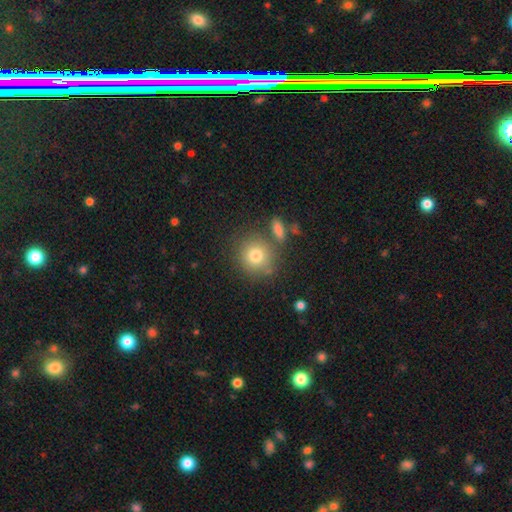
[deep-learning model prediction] smooth 78%, featured or disk 11%, star or artifact 11%. Down the decision tree: how rounded — round (90%); merging — none (73%).